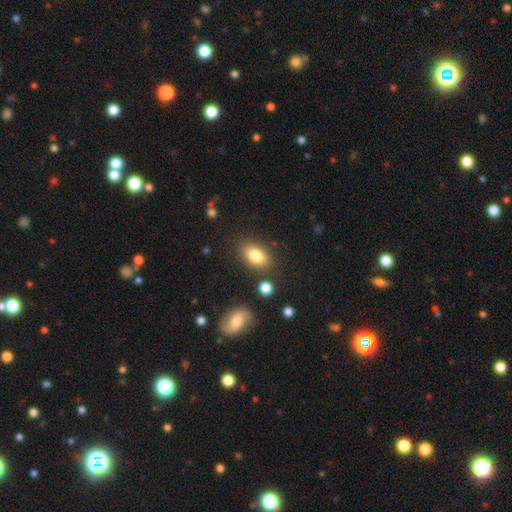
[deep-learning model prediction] smooth 82%, featured or disk 10%, star or artifact 8%. Down the decision tree: how rounded — in between (87%); merging — none (81%).